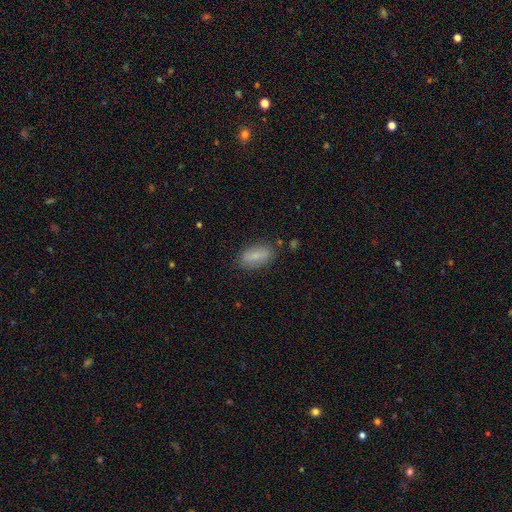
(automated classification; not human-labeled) A smooth galaxy with no disk features (76%) that is in between round and cigar-shaped (85%).

Vote fractions:
- Smooth or featured? smooth: 76% / featured or disk: 16% / star or artifact: 8%
- How rounded? in between: 85% / cigar-shaped: 11% / round: 4%
- Merging? none: 81% / minor disturbance: 13% / major disturbance: 3% / merger: 2%